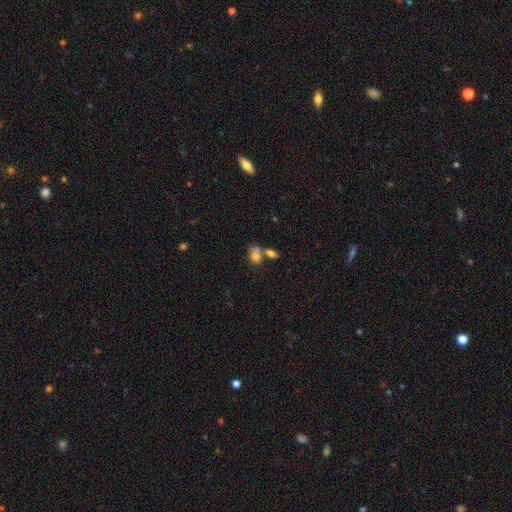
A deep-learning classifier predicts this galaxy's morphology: This appears to be a smooth galaxy with no disk features (76%) that is in between round and cigar-shaped (69%). Merging: merger (53%).